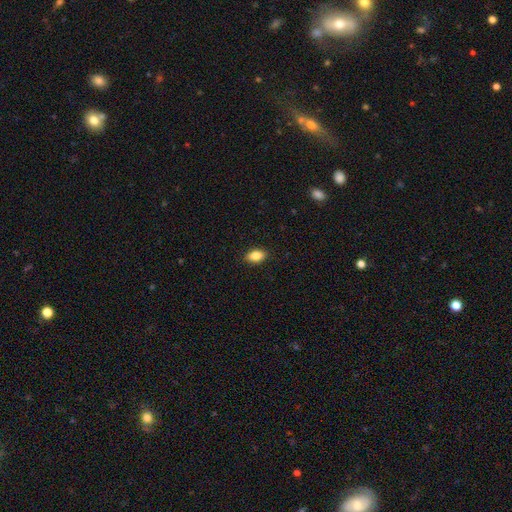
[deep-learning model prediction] Smooth or featured: smooth — 85% (star or artifact — 8%)
How rounded: in between — 88% (round — 9%)
Merging: none — 90% (minor disturbance — 8%)